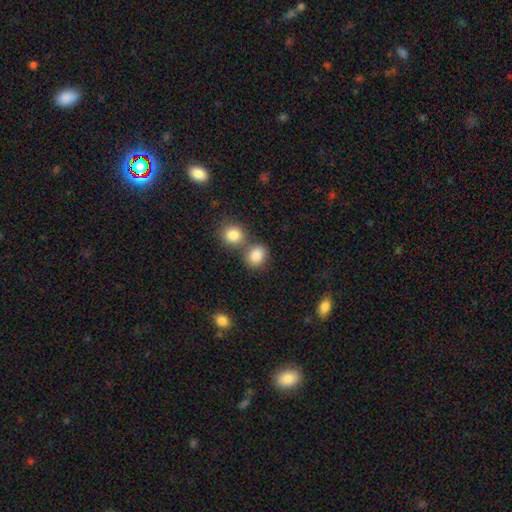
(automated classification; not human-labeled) smooth_or_featured: smooth (p=0.85) [alt: star or artifact p=0.09]
how_rounded: round (p=0.59) [alt: in between p=0.40]
merging: none (p=0.55) [alt: merger p=0.32]